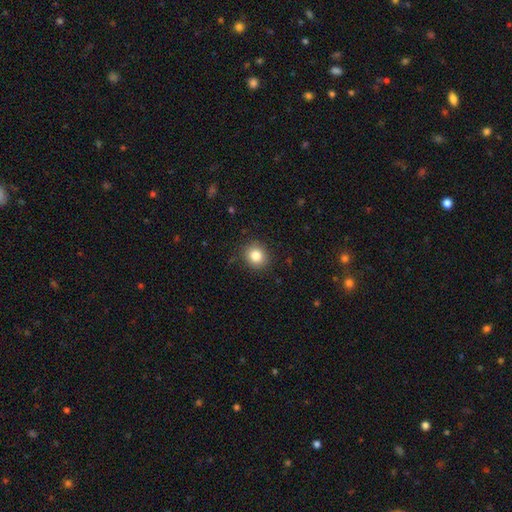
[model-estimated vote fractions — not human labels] Q: Smooth or featured?
A: smooth (83%); runner-up: star or artifact (10%)
Q: How rounded?
A: round (83%); runner-up: in between (17%)
Q: Merging?
A: none (88%); runner-up: minor disturbance (8%)